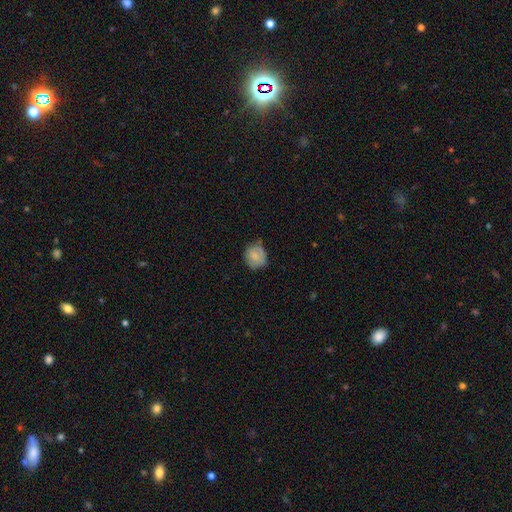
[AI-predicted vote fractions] smooth-or-featured: smooth: 75% | featured or disk: 17% | star or artifact: 8%
  how-rounded: round: 74% | in between: 25% | cigar-shaped: 1%
  merging: none: 60% | minor disturbance: 30% | major disturbance: 7% | merger: 2%